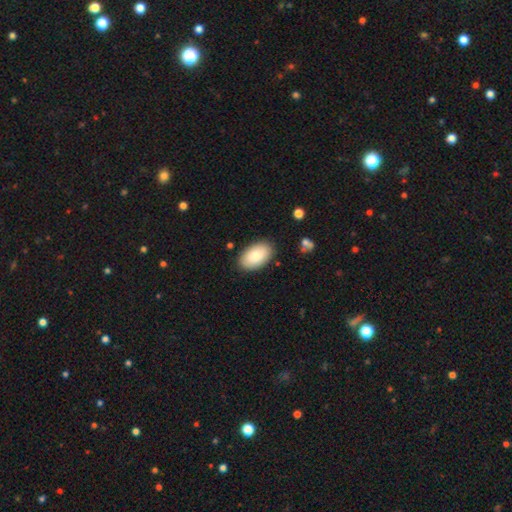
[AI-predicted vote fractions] This is clearly a smooth galaxy (86%). How rounded: clearly in between (95%). Merging: clearly none (86%).